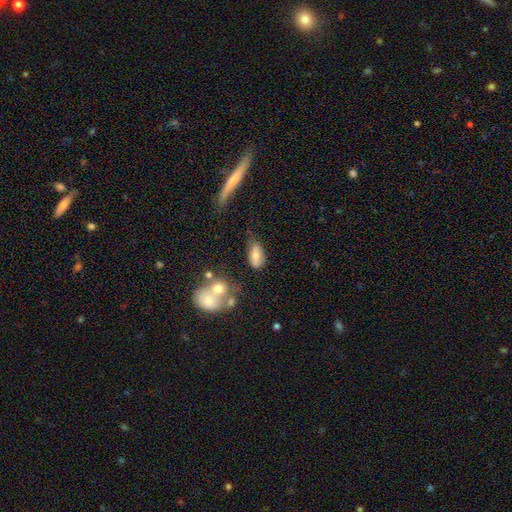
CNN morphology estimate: The model was most divided on "merging": none: 54%, minor disturbance: 27%, major disturbance: 9%, merger: 9%. More confident: how rounded — in between (89%); smooth or featured — smooth (72%).